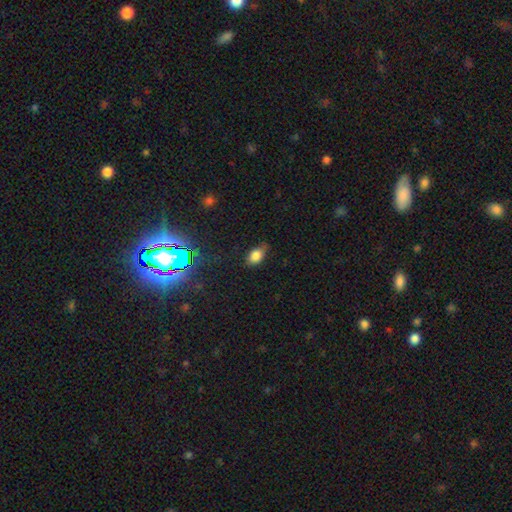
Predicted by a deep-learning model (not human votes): Smooth or featured?
  - smooth: 79% *
  - star or artifact: 13%
  - featured or disk: 8%
How rounded?
  - in between: 81% *
  - round: 17%
  - cigar-shaped: 2%
Merging?
  - none: 66% *
  - minor disturbance: 27%
  - major disturbance: 5%
  - merger: 2%